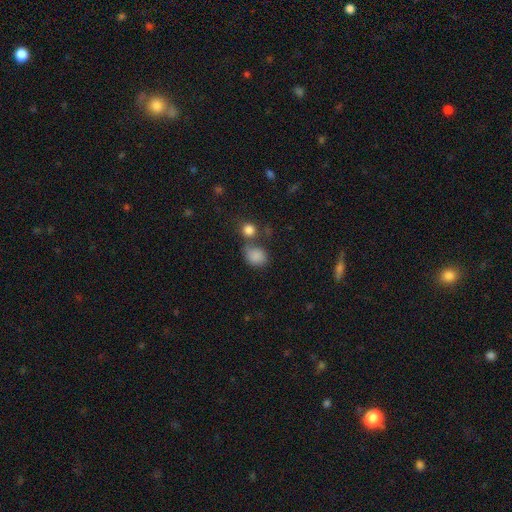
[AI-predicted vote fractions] A smooth galaxy with no disk features (84%) that is round (60%).

Vote fractions:
- Smooth or featured? smooth: 84% / star or artifact: 10% / featured or disk: 6%
- How rounded? round: 60% / in between: 39% / cigar-shaped: 1%
- Merging? none: 46% / merger: 29% / minor disturbance: 16% / major disturbance: 8%